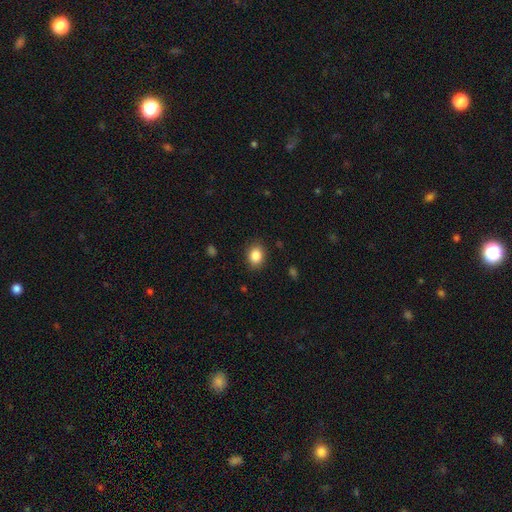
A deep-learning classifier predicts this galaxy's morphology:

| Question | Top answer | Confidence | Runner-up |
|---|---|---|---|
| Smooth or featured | smooth | 85% | star or artifact (9%) |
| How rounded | in between | 55% | round (44%) |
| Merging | none | 87% | minor disturbance (9%) |